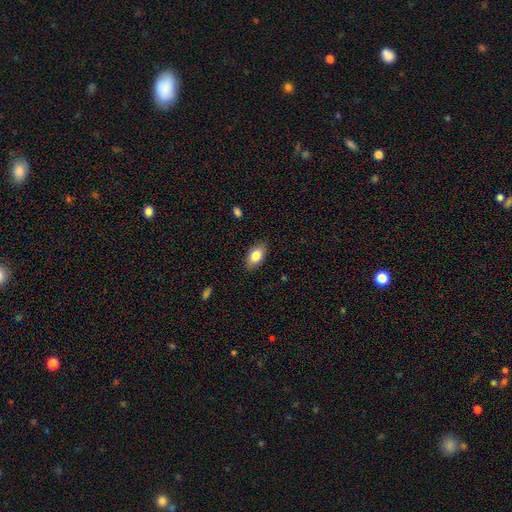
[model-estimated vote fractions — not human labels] The model was most divided on "smooth or featured": smooth: 81%, featured or disk: 12%, star or artifact: 7%. More confident: how rounded — in between (90%); merging — none (86%).